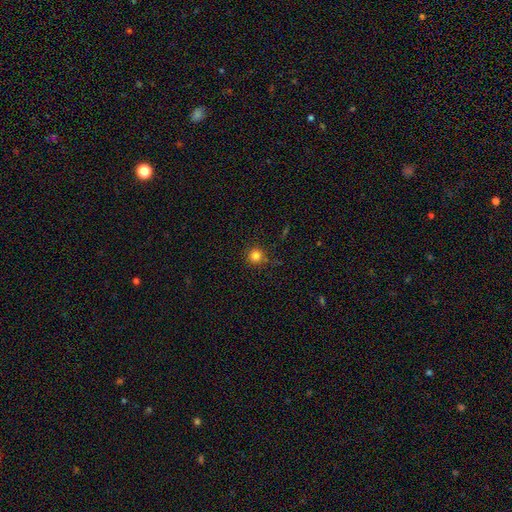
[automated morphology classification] Q: Smooth or featured?
A: smooth (82%); runner-up: star or artifact (13%)
Q: How rounded?
A: round (95%); runner-up: in between (4%)
Q: Merging?
A: none (85%); runner-up: minor disturbance (9%)